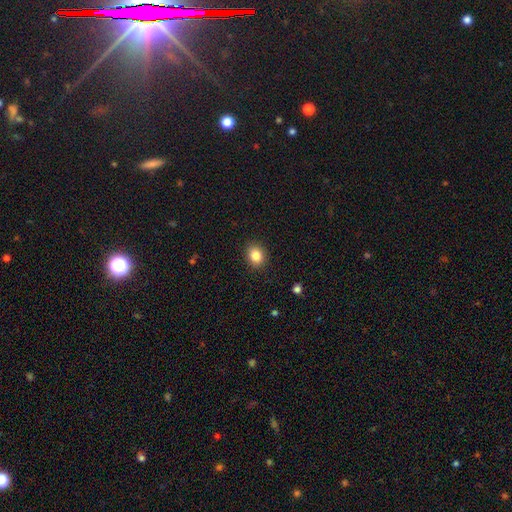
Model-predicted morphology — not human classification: The model was most divided on "how rounded": round: 55%, in between: 44%, cigar-shaped: 1%. More confident: merging — none (89%); smooth or featured — smooth (85%).